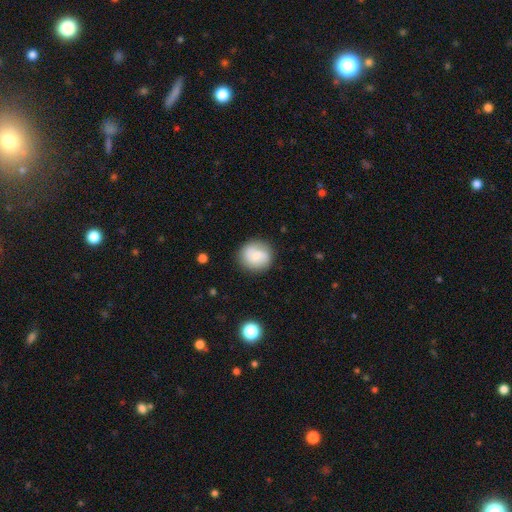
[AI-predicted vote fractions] Q: Smooth or featured?
A: smooth (64%); runner-up: featured or disk (28%)
Q: How rounded?
A: round (87%); runner-up: in between (12%)
Q: Merging?
A: none (81%); runner-up: minor disturbance (13%)